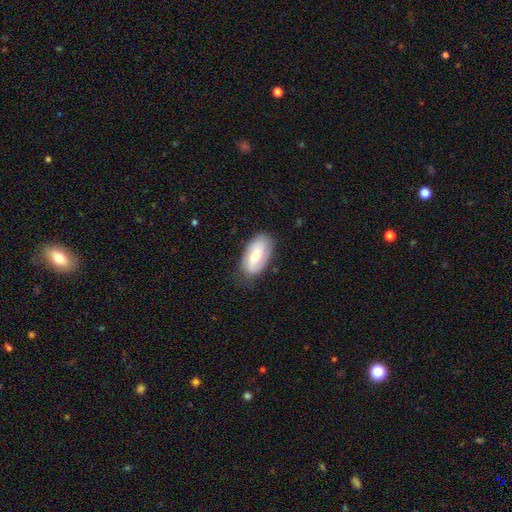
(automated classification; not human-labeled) The model was most divided on "smooth or featured": featured or disk: 47%, smooth: 46%, star or artifact: 7%. More confident: merging — none (75%).